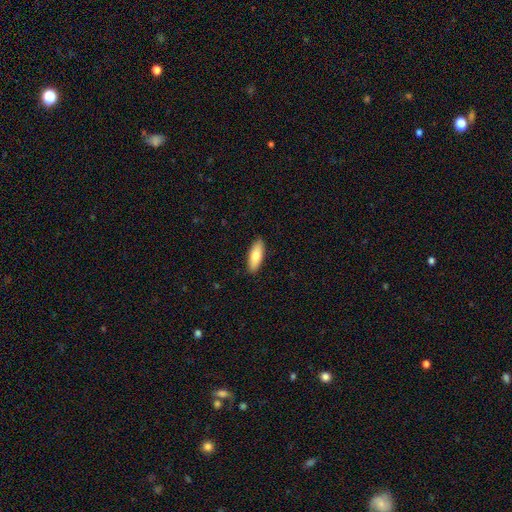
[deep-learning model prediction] A smooth galaxy with no disk features (79%) that is in between round and cigar-shaped (65%). Merging: none (90%).